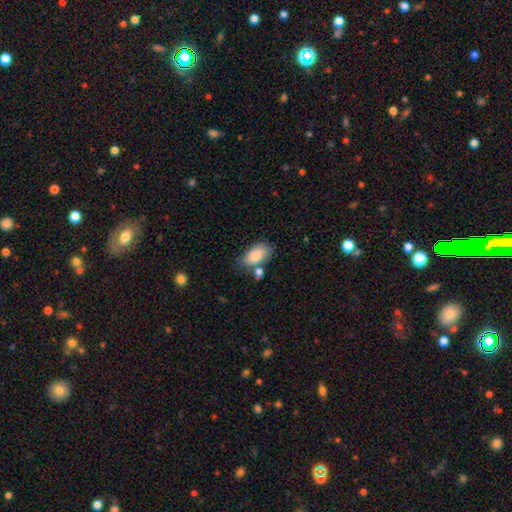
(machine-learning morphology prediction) A smooth galaxy with no disk features (84%) that is in between round and cigar-shaped (93%). Merging: none (58%).